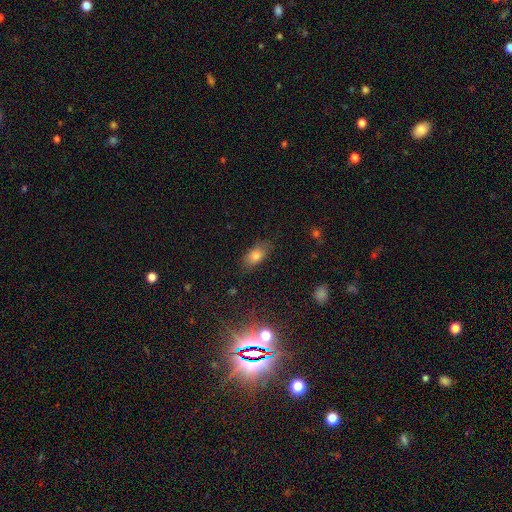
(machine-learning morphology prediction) This is likely a smooth galaxy (77%). How rounded: clearly in between (88%). Merging: likely none (78%).